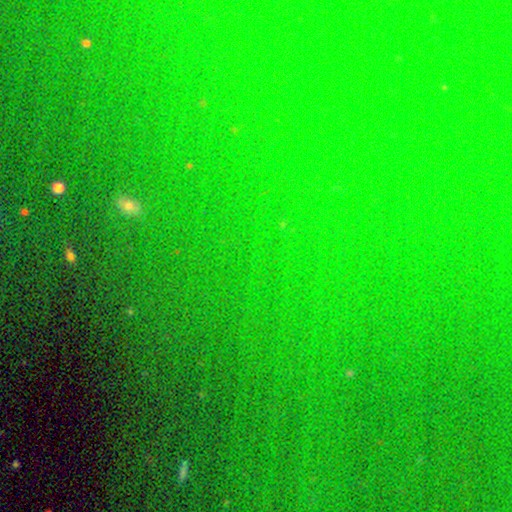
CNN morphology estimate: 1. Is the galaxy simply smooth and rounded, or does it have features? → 79% star or artifact, 13% smooth, 8% featured or disk.